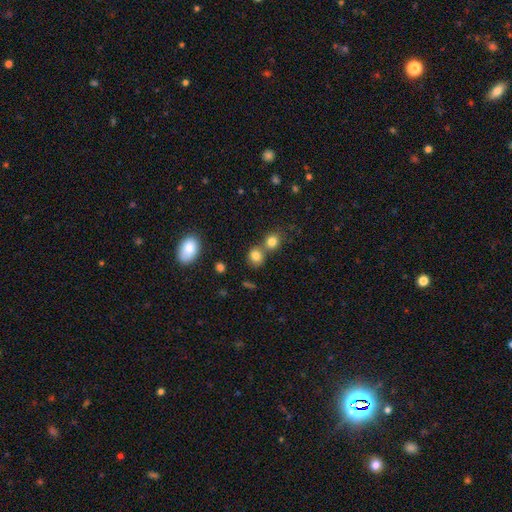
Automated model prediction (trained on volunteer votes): Morphology: type=smooth (80%); roundness=round (69%); merging=none (52%).